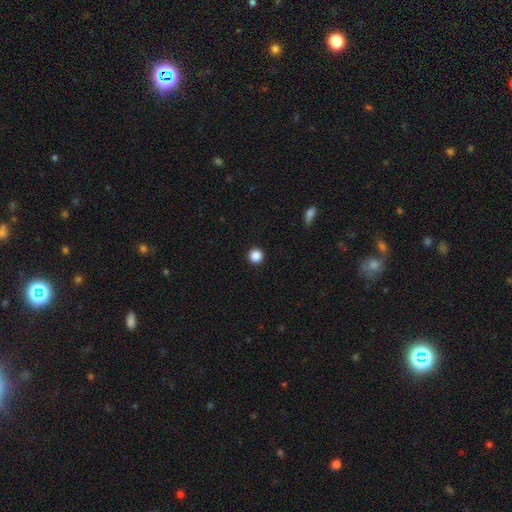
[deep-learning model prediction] Smooth or featured?
  - smooth: 87% *
  - star or artifact: 10%
  - featured or disk: 3%
How rounded?
  - round: 96% *
  - in between: 3%
  - cigar-shaped: 1%
Merging?
  - none: 94% *
  - minor disturbance: 4%
  - major disturbance: 1%
  - merger: 1%